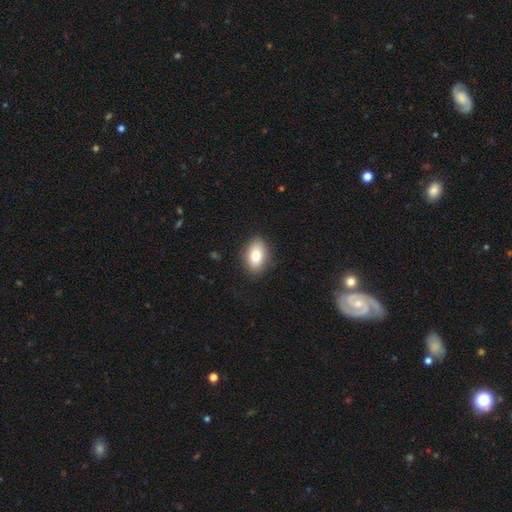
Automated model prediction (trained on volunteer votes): A smooth galaxy with no disk features (80%) that is in between round and cigar-shaped (88%). Merging: none (86%).